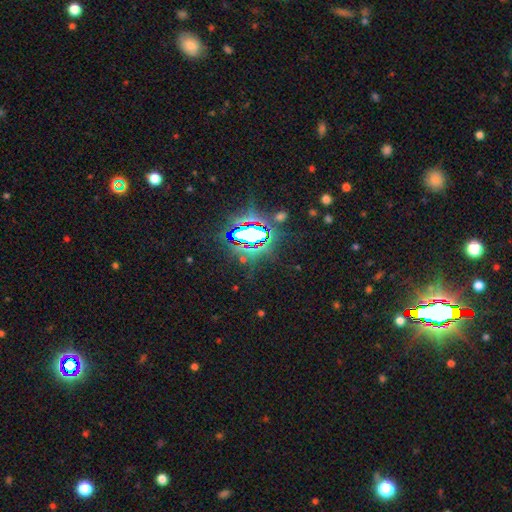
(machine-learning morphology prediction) This appears to be a star or artifact, not a galaxy (86%).